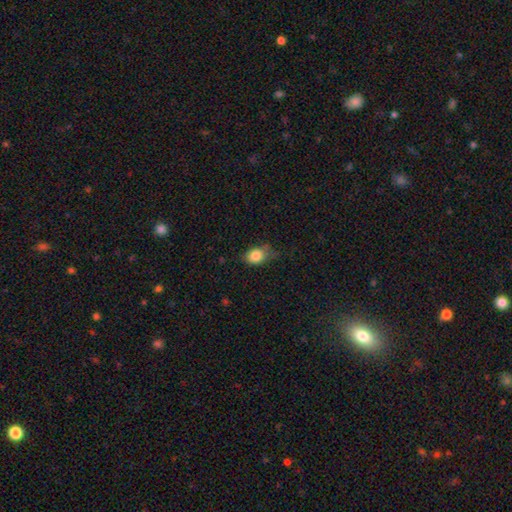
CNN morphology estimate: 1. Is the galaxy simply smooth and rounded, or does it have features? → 83% smooth, 9% star or artifact, 7% featured or disk.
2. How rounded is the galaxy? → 61% in between, 37% round, 2% cigar-shaped.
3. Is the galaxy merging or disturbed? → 54% none, 34% minor disturbance, 9% major disturbance, 3% merger.